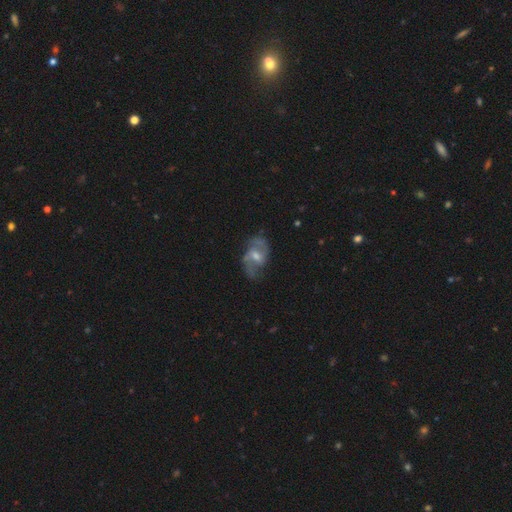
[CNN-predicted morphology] This is clearly a featured or disk galaxy (80%). It is clearly not viewed edge-on (96%). Bar: possibly weak (56%). Spiral arm pattern: clearly yes (92%). Spiral arm count: clearly 2 (84%). Spiral winding: possibly medium (48%). Central bulge: possibly moderate (54%). Merging: likely none (71%).